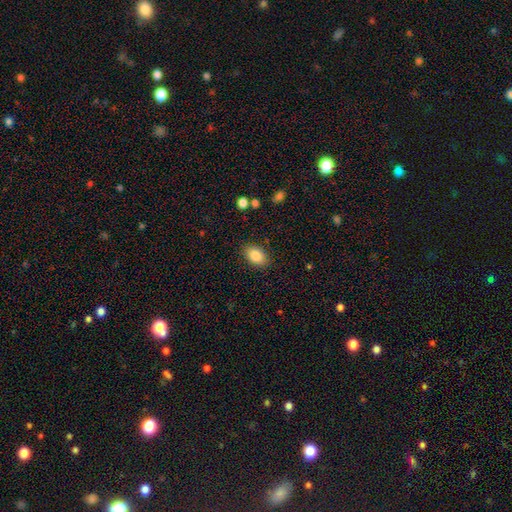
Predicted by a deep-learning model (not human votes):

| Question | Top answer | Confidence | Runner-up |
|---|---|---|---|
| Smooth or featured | smooth | 85% | star or artifact (8%) |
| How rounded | in between | 86% | round (13%) |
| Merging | none | 86% | minor disturbance (10%) |